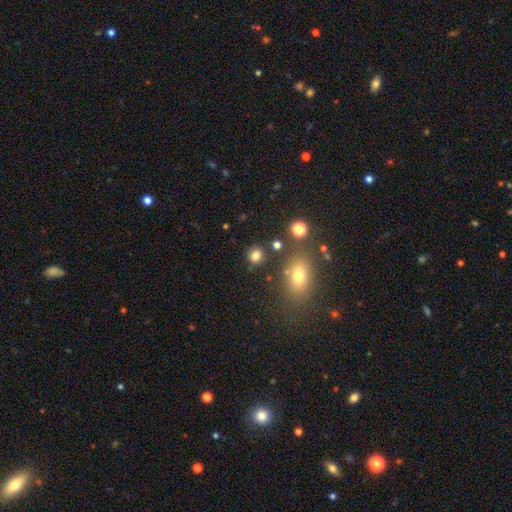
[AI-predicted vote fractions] smooth_or_featured: smooth (p=0.80) [alt: star or artifact p=0.15]
how_rounded: round (p=0.84) [alt: in between p=0.15]
merging: none (p=0.83) [alt: minor disturbance p=0.08]